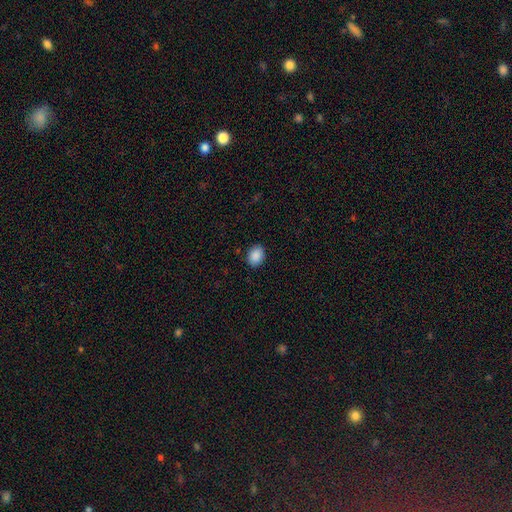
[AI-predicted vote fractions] This appears to be a smooth galaxy with no disk features (89%) that is in between round and cigar-shaped (66%). Merging: none (89%).